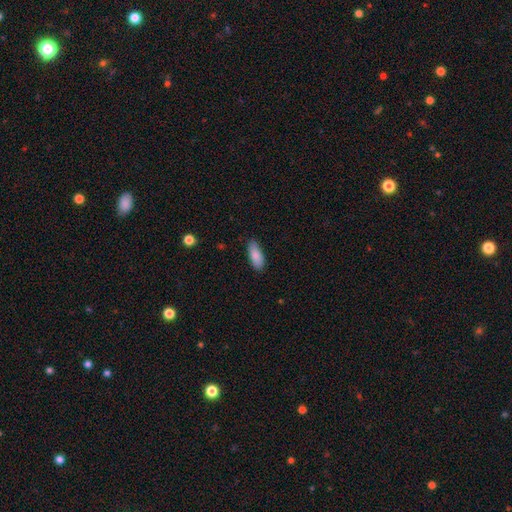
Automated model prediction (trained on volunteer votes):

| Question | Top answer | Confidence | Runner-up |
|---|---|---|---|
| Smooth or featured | smooth | 87% | featured or disk (7%) |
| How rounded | in between | 78% | cigar-shaped (20%) |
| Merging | none | 84% | minor disturbance (12%) |